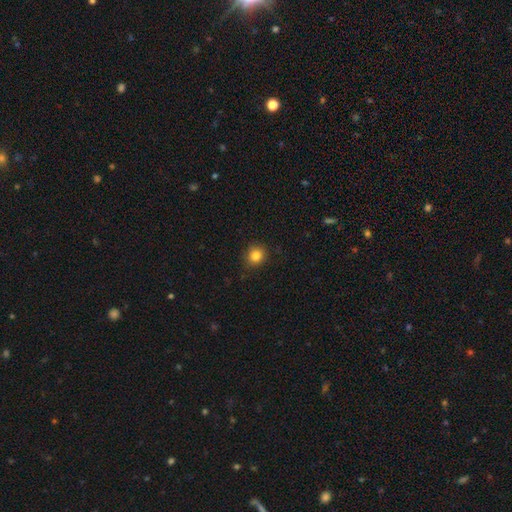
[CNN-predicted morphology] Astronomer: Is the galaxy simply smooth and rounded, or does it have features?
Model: smooth — 83%.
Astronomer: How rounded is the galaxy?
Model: round — 84%.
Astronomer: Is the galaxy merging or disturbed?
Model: none — 87%.